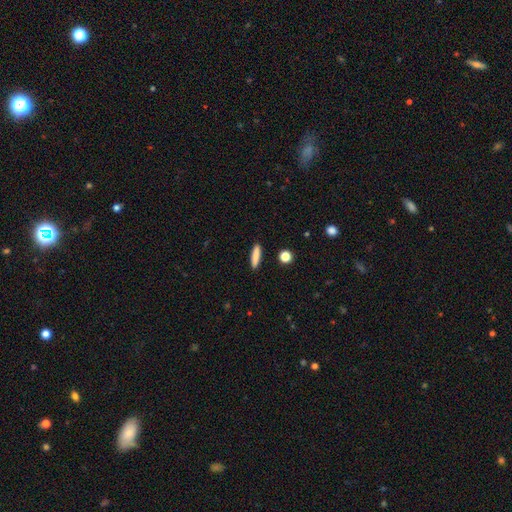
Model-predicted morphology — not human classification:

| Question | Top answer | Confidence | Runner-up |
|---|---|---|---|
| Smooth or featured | smooth | 84% | featured or disk (9%) |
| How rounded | cigar-shaped | 84% | in between (14%) |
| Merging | none | 91% | minor disturbance (6%) |